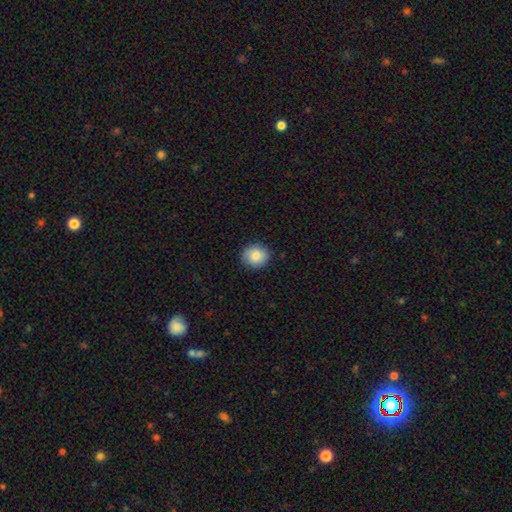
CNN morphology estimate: smooth 83%, featured or disk 9%, star or artifact 8%. Down the decision tree: how rounded — round (81%); merging — none (89%).